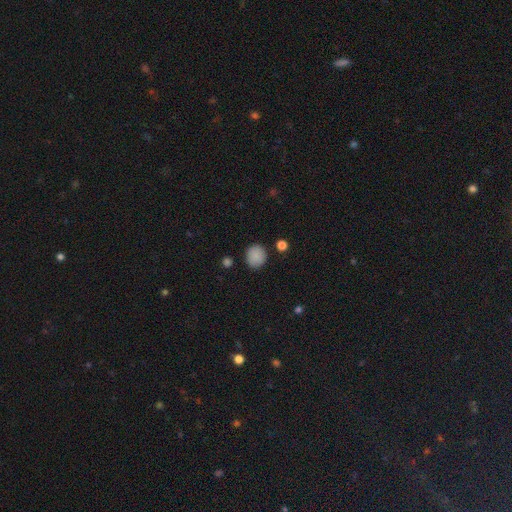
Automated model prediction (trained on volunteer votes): The model was most divided on "how rounded": round: 78%, in between: 21%, cigar-shaped: 1%. More confident: smooth or featured — smooth (87%); merging — none (85%).